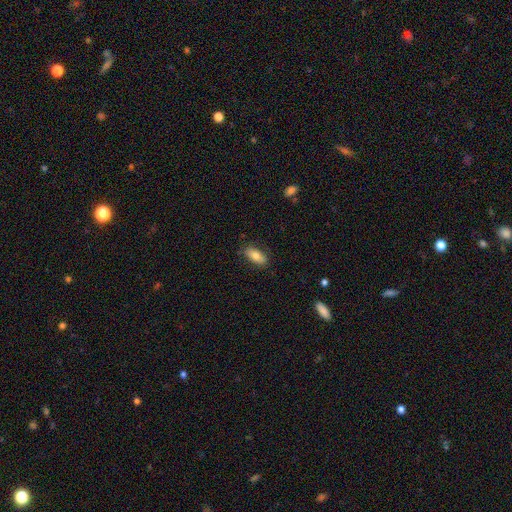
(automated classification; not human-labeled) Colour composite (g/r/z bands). It shows a smooth galaxy with no disk features (75%) that is in between round and cigar-shaped (89%). Merging: none (84%).